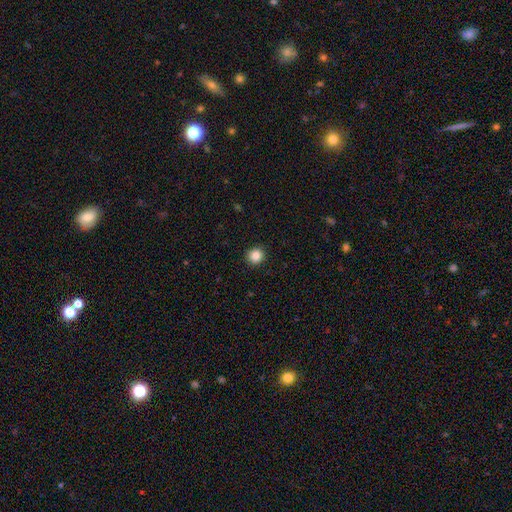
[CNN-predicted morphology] The model was most divided on "smooth or featured": smooth: 87%, star or artifact: 10%, featured or disk: 3%. More confident: how rounded — round (92%); merging — none (92%).